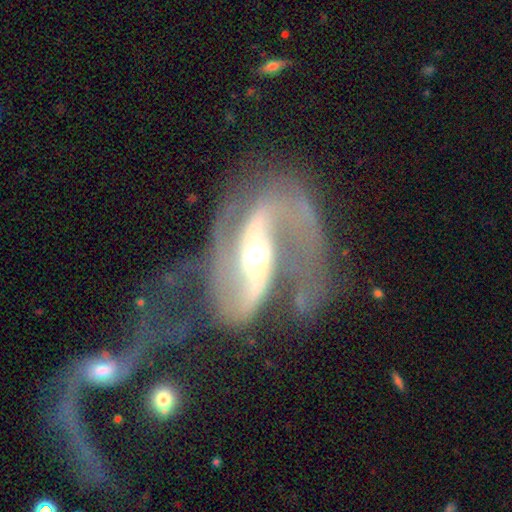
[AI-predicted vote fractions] A featured or disk galaxy (91%) with a strong bar (52%), 2 (89%) medium (48%) spiral arms (96%) and a moderate central bulge (67%).

Vote fractions:
- Smooth or featured? featured or disk: 91% / star or artifact: 5% / smooth: 5%
- Edge-on disk? no: 96% / yes: 4%
- Bar? strong: 52% / weak: 29% / no: 19%
- Spiral arms? yes: 96% / no: 4%
- Spiral winding? medium: 48% / loose: 38% / tight: 14%
- Spiral arm count? 2: 89% / 1: 3% / can't tell: 3% / 3: 2% / 4: 1% / more than 4: 1%
- Bulge size? moderate: 67% / small: 21% / large: 10% / dominant: 1% / none: 1%
- Merging? none: 37% / major disturbance: 31% / minor disturbance: 19% / merger: 14%